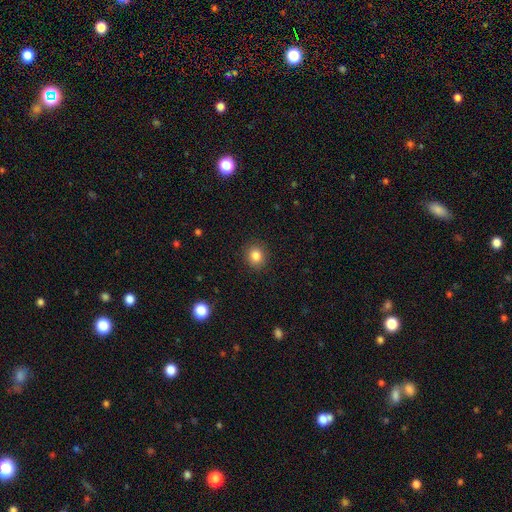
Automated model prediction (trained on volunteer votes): The model was most divided on "how rounded": round: 83%, in between: 16%, cigar-shaped: 1%. More confident: merging — none (90%); smooth or featured — smooth (84%).